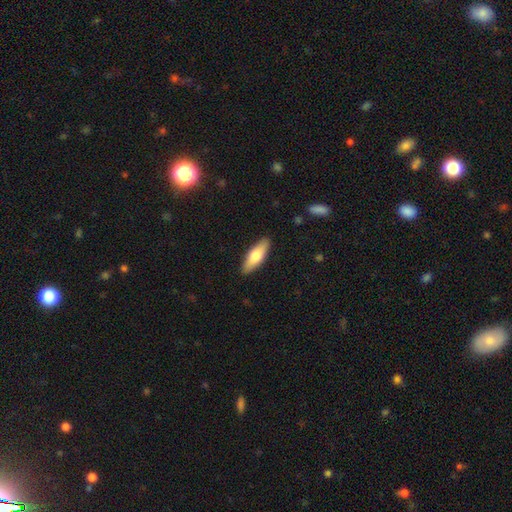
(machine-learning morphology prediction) Smooth or featured? smooth (68%)
How rounded? in between (58%)
Merging? none (89%)